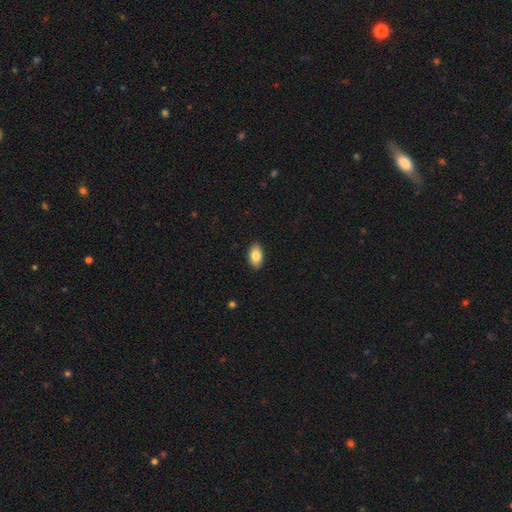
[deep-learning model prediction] Smooth or featured? Predicted: smooth (p=0.84). How rounded? Predicted: in between (p=0.94). Merging? Predicted: none (p=0.90).